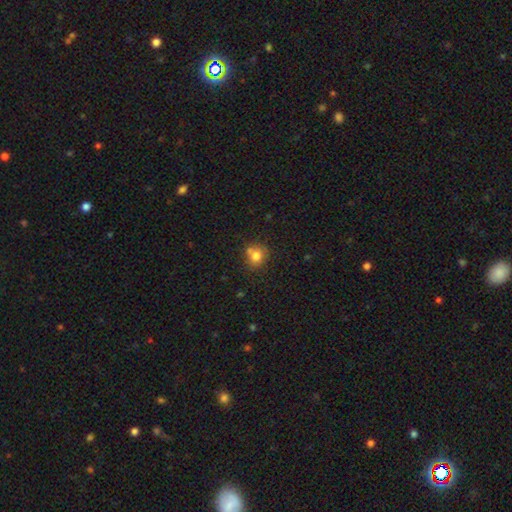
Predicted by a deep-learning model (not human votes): smooth-or-featured: smooth: 77% | star or artifact: 12% | featured or disk: 11%
  how-rounded: round: 80% | in between: 19% | cigar-shaped: 1%
  merging: none: 60% | merger: 21% | minor disturbance: 15% | major disturbance: 4%